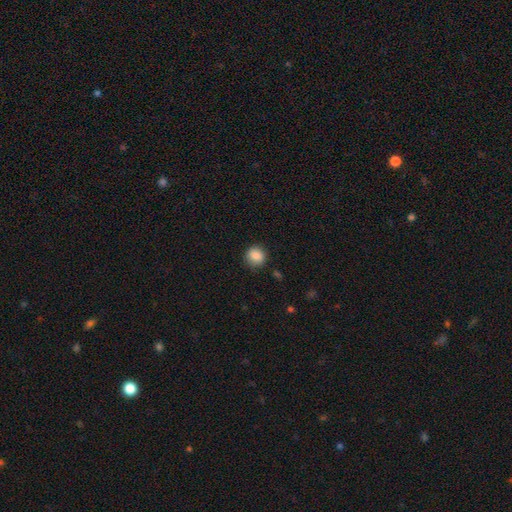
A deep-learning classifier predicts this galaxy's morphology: A smooth galaxy with no disk features (86%) that is round (86%).

Vote fractions:
- Smooth or featured? smooth: 86% / star or artifact: 9% / featured or disk: 4%
- How rounded? round: 86% / in between: 13% / cigar-shaped: 1%
- Merging? none: 83% / minor disturbance: 12% / major disturbance: 3% / merger: 1%